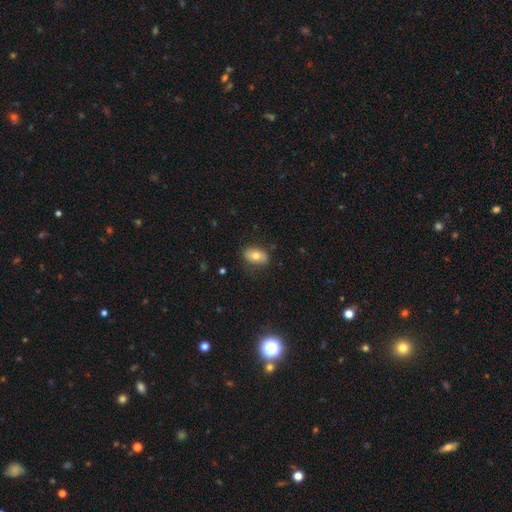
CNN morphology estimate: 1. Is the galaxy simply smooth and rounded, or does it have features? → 73% smooth, 20% featured or disk, 8% star or artifact.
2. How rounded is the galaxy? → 89% in between, 9% round, 2% cigar-shaped.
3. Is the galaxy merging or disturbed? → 82% none, 14% minor disturbance, 3% major disturbance, 1% merger.